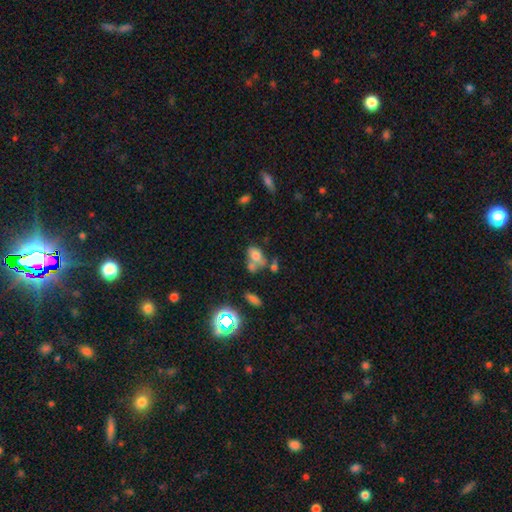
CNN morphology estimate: type=smooth (68%); roundness=in between (80%); merging=merger (39%).